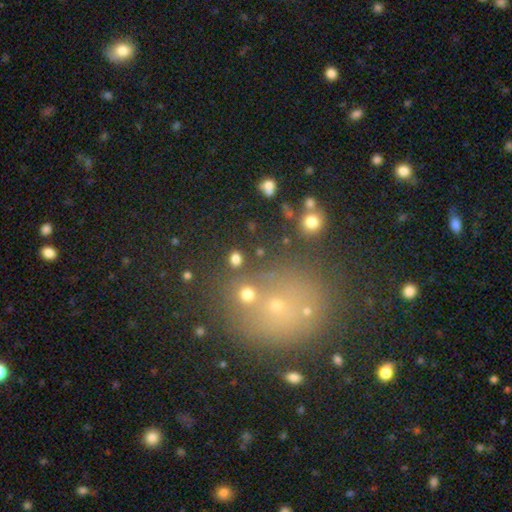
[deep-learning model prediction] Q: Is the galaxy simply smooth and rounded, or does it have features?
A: smooth — 45%.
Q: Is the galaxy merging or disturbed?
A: none — 65%.